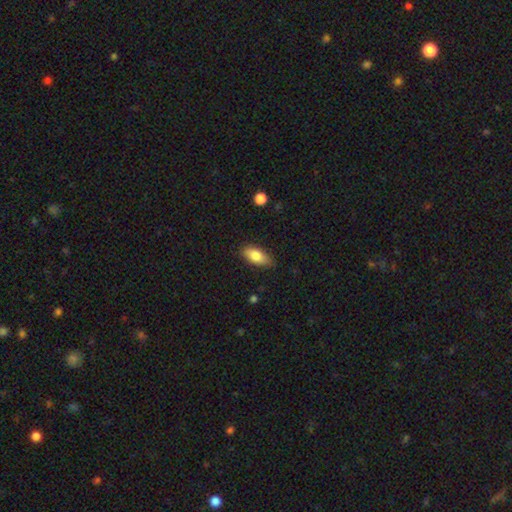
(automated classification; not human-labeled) smooth 81%, featured or disk 13%, star or artifact 7%. Down the decision tree: how rounded — in between (86%); merging — none (82%).